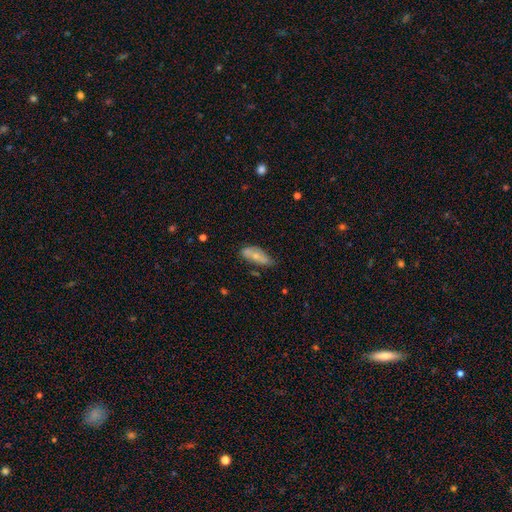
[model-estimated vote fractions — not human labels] Smooth or featured: smooth — 59% (featured or disk — 34%)
How rounded: in between — 78% (cigar-shaped — 19%)
Merging: none — 55% (minor disturbance — 32%)